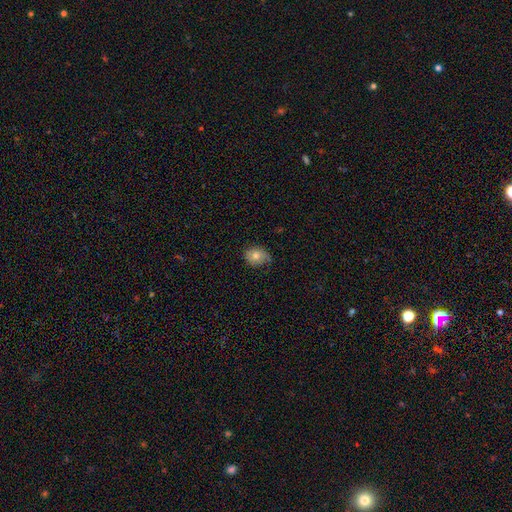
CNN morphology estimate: Smooth or featured? Predicted: smooth (p=0.70). How rounded? Predicted: in between (p=0.50). Merging? Predicted: none (p=0.65).